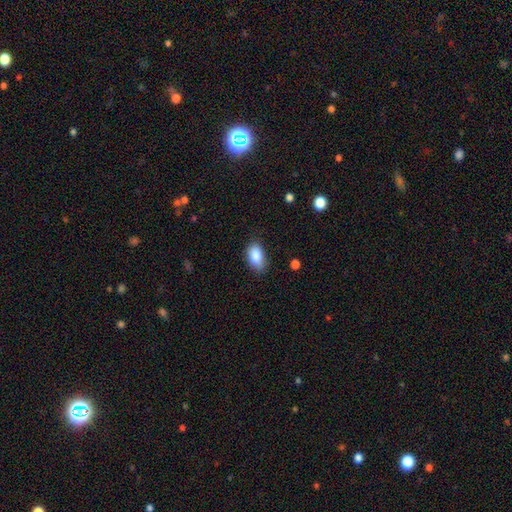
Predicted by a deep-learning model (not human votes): The model was most divided on "merging": none: 77%, minor disturbance: 18%, major disturbance: 4%, merger: 1%. More confident: how rounded — in between (92%); smooth or featured — smooth (88%).